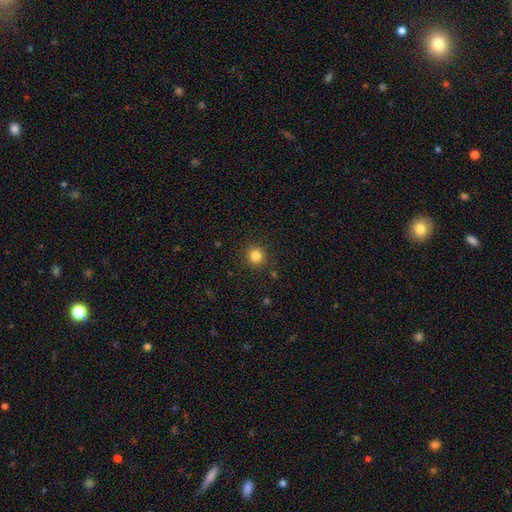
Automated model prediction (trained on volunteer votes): Q: Smooth or featured?
A: smooth (83%); runner-up: star or artifact (12%)
Q: How rounded?
A: round (93%); runner-up: in between (6%)
Q: Merging?
A: none (91%); runner-up: minor disturbance (5%)